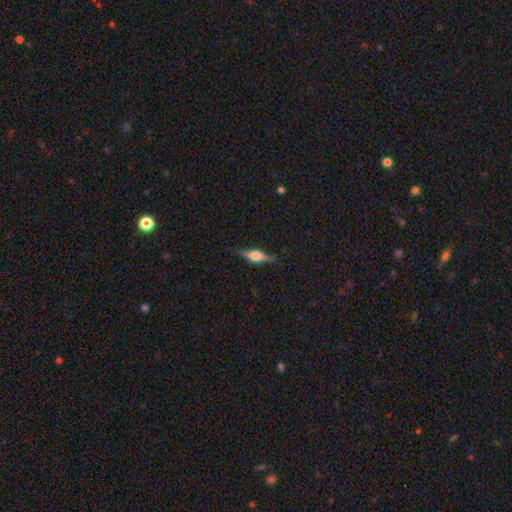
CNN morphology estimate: Overall: featured or disk (67%). Edge-on disk: yes (97%). Edge-on bulge: rounded (88%). Merging: none (87%).